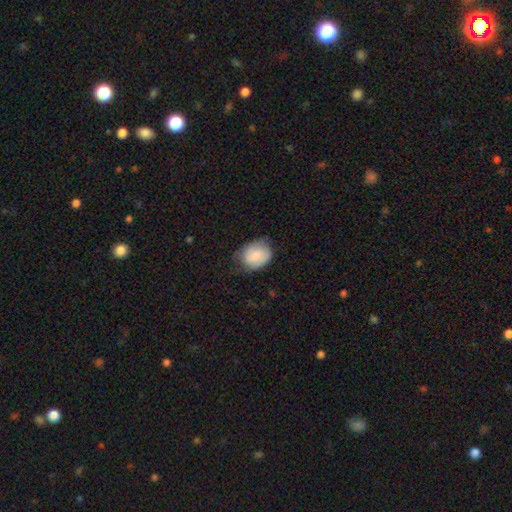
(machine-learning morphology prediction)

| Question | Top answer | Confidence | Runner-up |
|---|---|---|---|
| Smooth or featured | smooth | 69% | featured or disk (24%) |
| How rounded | in between | 57% | round (42%) |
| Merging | none | 59% | minor disturbance (31%) |